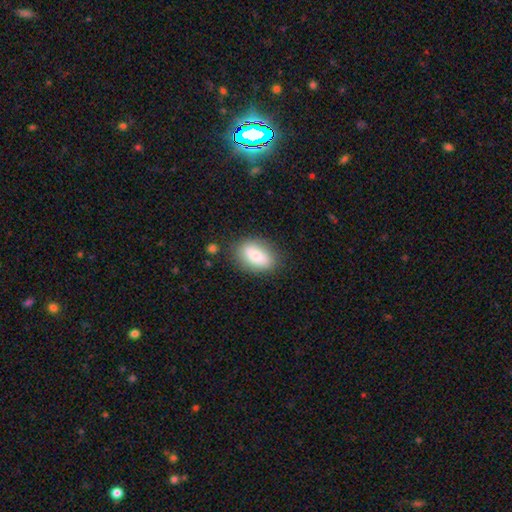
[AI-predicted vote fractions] smooth 78%, featured or disk 14%, star or artifact 7%. Down the decision tree: how rounded — in between (88%); merging — none (80%).